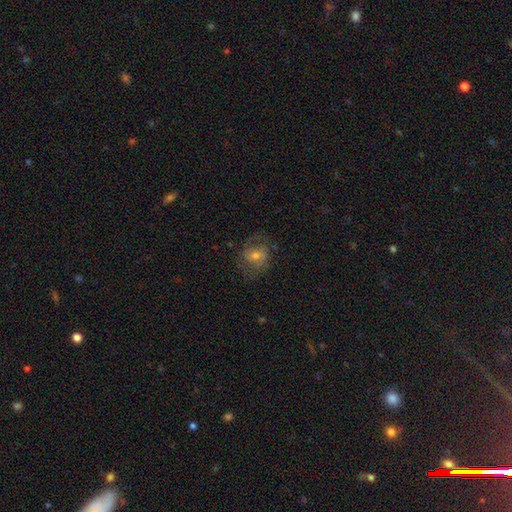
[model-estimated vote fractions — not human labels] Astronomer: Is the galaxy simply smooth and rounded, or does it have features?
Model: featured or disk — 51% (runner-up: smooth, 36%).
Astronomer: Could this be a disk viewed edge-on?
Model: no — 96%.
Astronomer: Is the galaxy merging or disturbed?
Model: none — 67%.